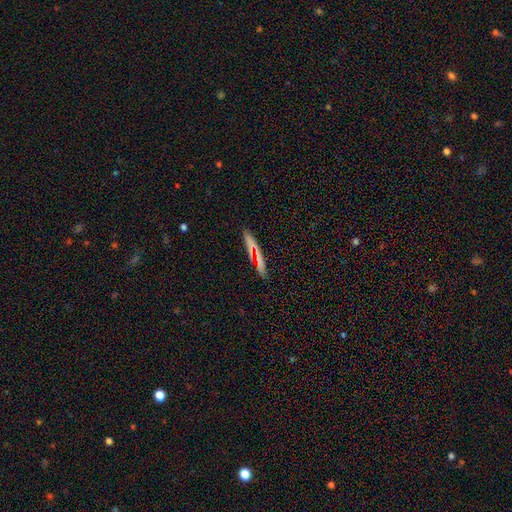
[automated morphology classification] A smooth galaxy with no disk features (64%) that is cigar-shaped (86%).

Vote fractions:
- Smooth or featured? smooth: 64% / featured or disk: 22% / star or artifact: 14%
- How rounded? cigar-shaped: 86% / in between: 10% / round: 4%
- Merging? none: 83% / minor disturbance: 10% / merger: 3% / major disturbance: 3%